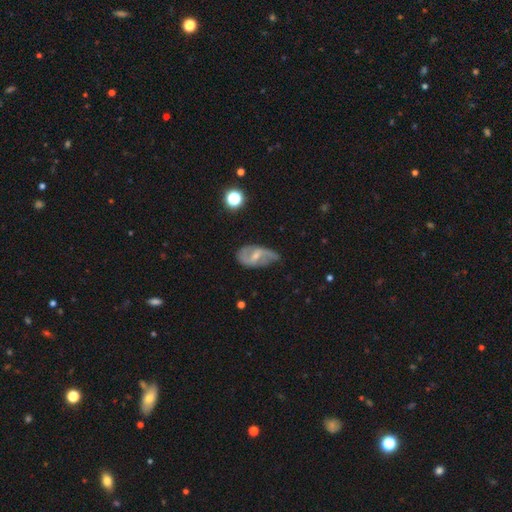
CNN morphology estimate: This is likely a featured or disk galaxy (69%). It is clearly not viewed edge-on (95%). Bar: possibly weak (53%). Spiral arm pattern: clearly yes (84%). Spiral arm count: likely 2 (78%). Spiral winding: possibly loose (50%). Central bulge: possibly small (53%). Merging: possibly none (49%).